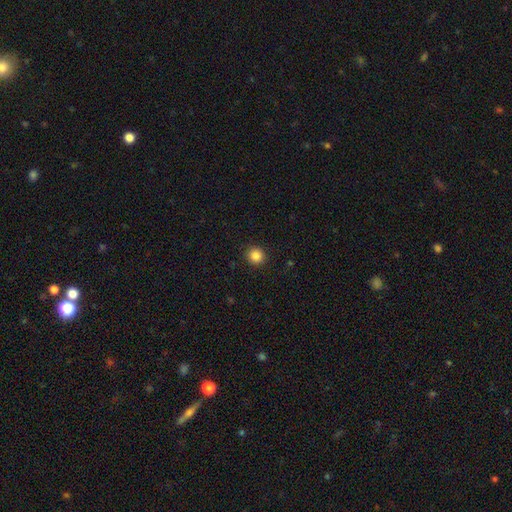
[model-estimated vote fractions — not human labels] Smooth or featured? smooth (85%)
How rounded? round (92%)
Merging? none (92%)